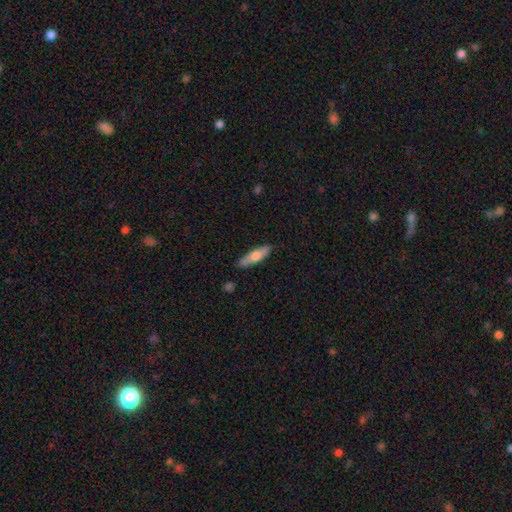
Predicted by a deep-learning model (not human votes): Overall: smooth (62%; featured or disk 33%). How rounded: cigar-shaped (68%; in between 30%). Merging: none (85%).